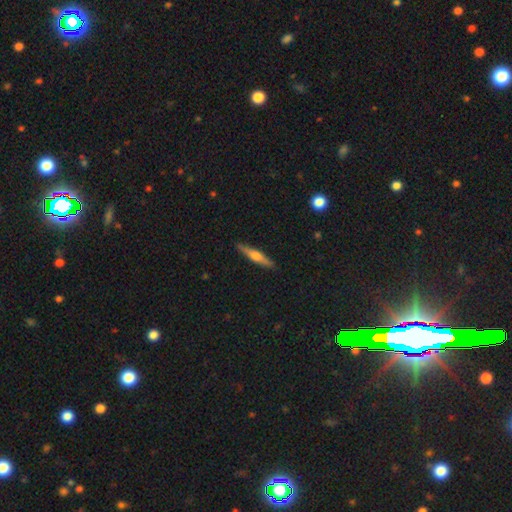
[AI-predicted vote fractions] A featured or disk galaxy (56%) viewed edge-on (97%) with a rounded central bulge (85%).

Vote fractions:
- Smooth or featured? featured or disk: 56% / smooth: 38% / star or artifact: 6%
- Edge-on disk? yes: 97% / no: 3%
- Edge-on bulge? rounded: 85% / boxy: 9% / none: 6%
- Merging? none: 90% / minor disturbance: 7% / major disturbance: 2% / merger: 1%